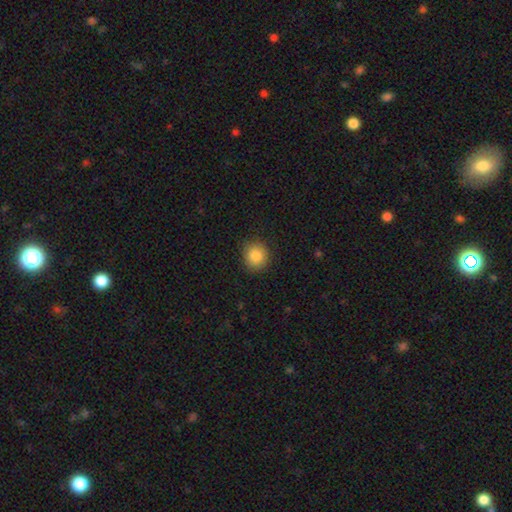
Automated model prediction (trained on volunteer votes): This appears to be a smooth galaxy with no disk features (86%) that is round (88%). Merging: none (88%).